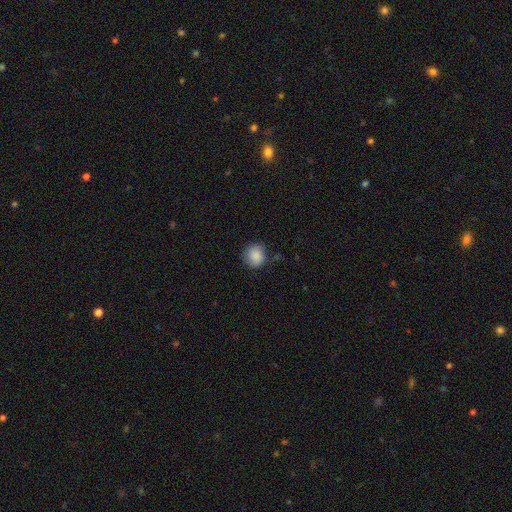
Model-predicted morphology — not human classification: type=smooth (86%); roundness=round (85%); merging=none (76%).